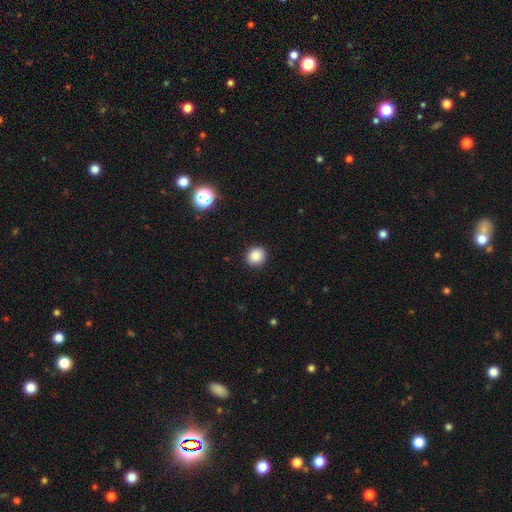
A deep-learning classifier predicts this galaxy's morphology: Smooth or featured? smooth (87%)
How rounded? round (84%)
Merging? none (90%)